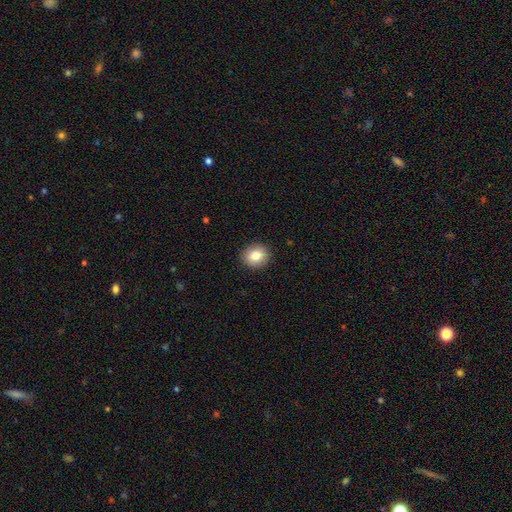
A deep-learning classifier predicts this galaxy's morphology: Overall: smooth (83%). How rounded: round (78%). Merging: none (91%).